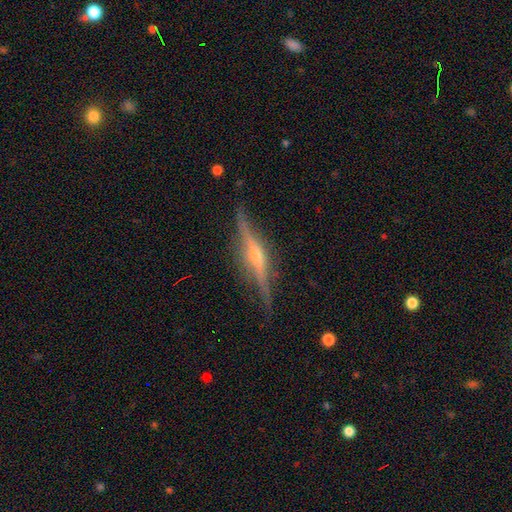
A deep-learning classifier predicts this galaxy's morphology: A featured or disk galaxy (83%) viewed edge-on (96%) with a rounded central bulge (81%).

Vote fractions:
- Smooth or featured? featured or disk: 83% / smooth: 11% / star or artifact: 6%
- Edge-on disk? yes: 96% / no: 4%
- Edge-on bulge? rounded: 81% / boxy: 10% / none: 9%
- Merging? none: 83% / minor disturbance: 12% / major disturbance: 3% / merger: 1%